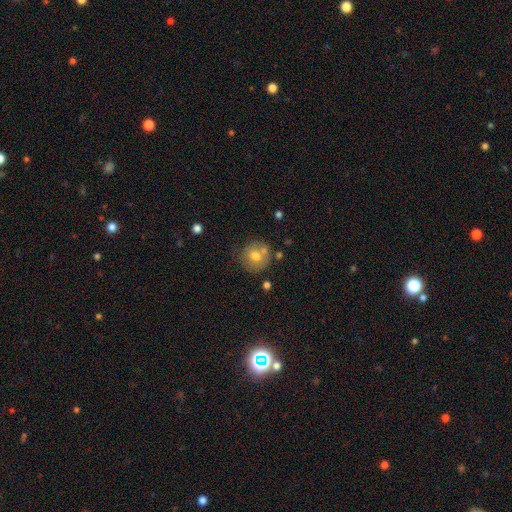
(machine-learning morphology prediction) type=smooth (71%); roundness=round (90%); merging=none (64%).